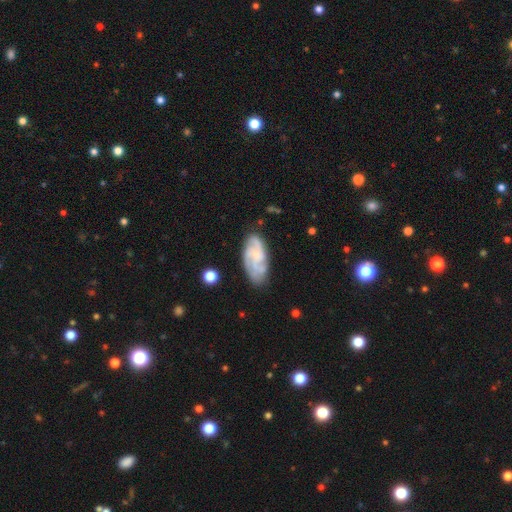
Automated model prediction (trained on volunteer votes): Smooth or featured: featured or disk — 71% (smooth — 22%)
Edge-on disk: no — 95% (yes — 5%)
Bar: no — 65% (weak — 29%)
Spiral arms: yes — 93% (no — 7%)
Spiral winding: tight — 44% (medium — 41%)
Spiral arm count: 3 — 35% (can't tell — 24%)
Bulge size: small — 50% (none — 32%)
Merging: none — 71% (minor disturbance — 20%)